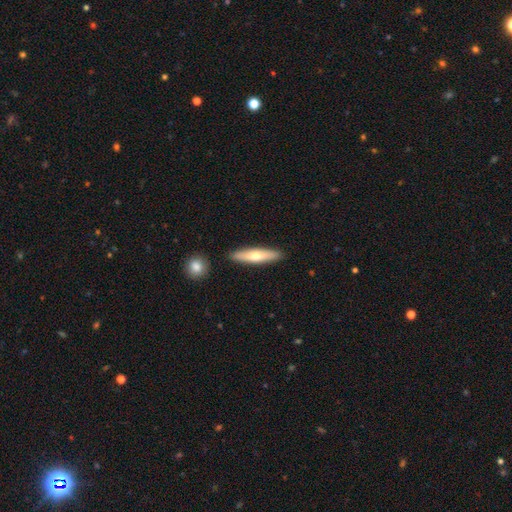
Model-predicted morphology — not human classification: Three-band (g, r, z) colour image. It shows a smooth galaxy with no disk features (61%) that is cigar-shaped (80%). Merging: none (88%).